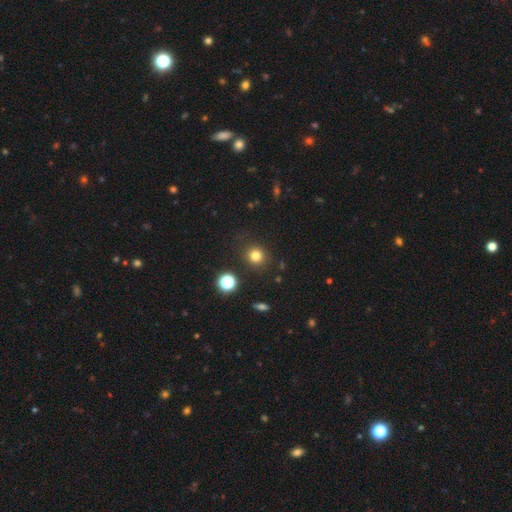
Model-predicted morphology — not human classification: type=smooth (78%); roundness=round (89%); merging=none (87%).